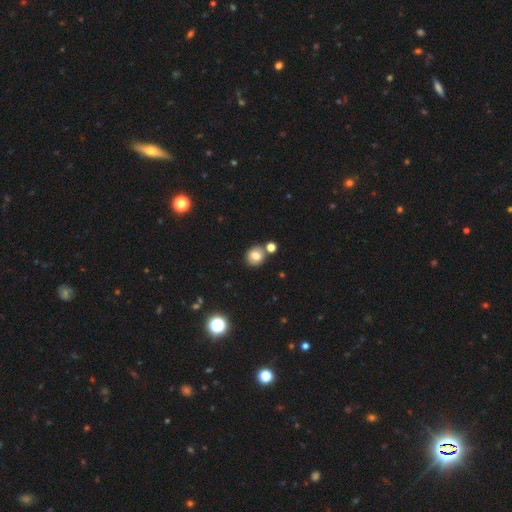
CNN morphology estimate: A smooth galaxy with no disk features (75%) that is round (76%). Merging: none (72%).